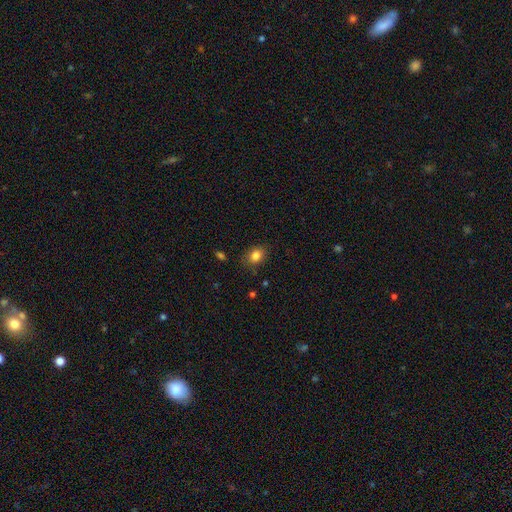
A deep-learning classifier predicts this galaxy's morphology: Q: Smooth or featured?
A: smooth (83%); runner-up: star or artifact (10%)
Q: How rounded?
A: in between (57%); runner-up: round (42%)
Q: Merging?
A: none (82%); runner-up: minor disturbance (14%)